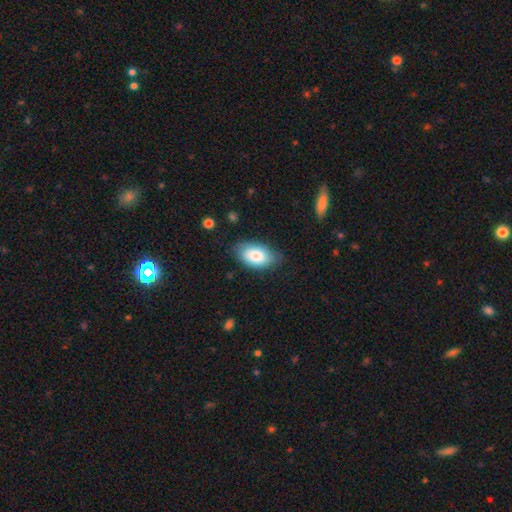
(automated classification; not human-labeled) A smooth galaxy with no disk features (80%) that is in between round and cigar-shaped (93%).

Vote fractions:
- Smooth or featured? smooth: 80% / featured or disk: 13% / star or artifact: 7%
- How rounded? in between: 93% / round: 6% / cigar-shaped: 1%
- Merging? none: 76% / minor disturbance: 18% / major disturbance: 4% / merger: 1%